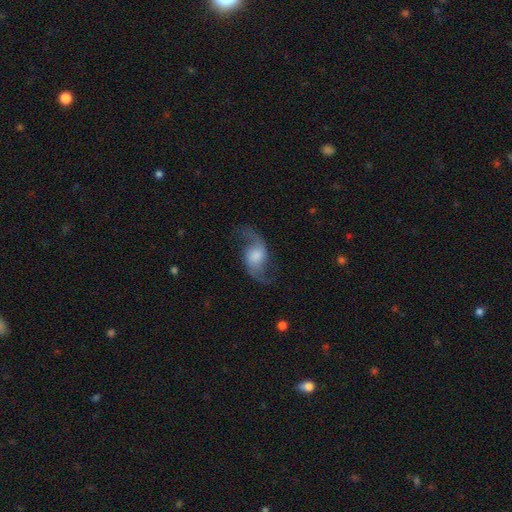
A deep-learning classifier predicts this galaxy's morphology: A featured or disk galaxy (83%) with no bar (51%), 2 (93%) loose (78%) spiral arms (96%) and a large central bulge (33%).

Vote fractions:
- Smooth or featured? featured or disk: 83% / smooth: 11% / star or artifact: 7%
- Edge-on disk? no: 96% / yes: 4%
- Bar? no: 51% / weak: 38% / strong: 10%
- Spiral arms? yes: 96% / no: 4%
- Spiral winding? loose: 78% / medium: 19% / tight: 3%
- Spiral arm count? 2: 93% / 1: 2% / can't tell: 2% / 3: 1% / 4: 1% / more than 4: 1%
- Bulge size? large: 33% / moderate: 30% / small: 17% / none: 14% / dominant: 7%
- Merging? none: 75% / minor disturbance: 14% / major disturbance: 9% / merger: 2%